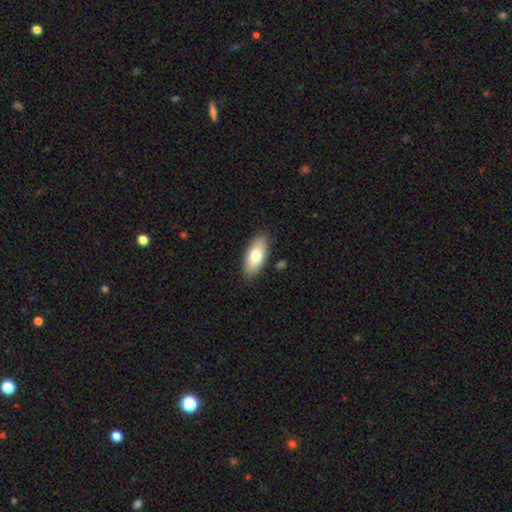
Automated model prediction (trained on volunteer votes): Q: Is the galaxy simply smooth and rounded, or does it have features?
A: smooth — 73%.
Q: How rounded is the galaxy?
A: in between — 88%.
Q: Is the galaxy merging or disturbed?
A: none — 87%.